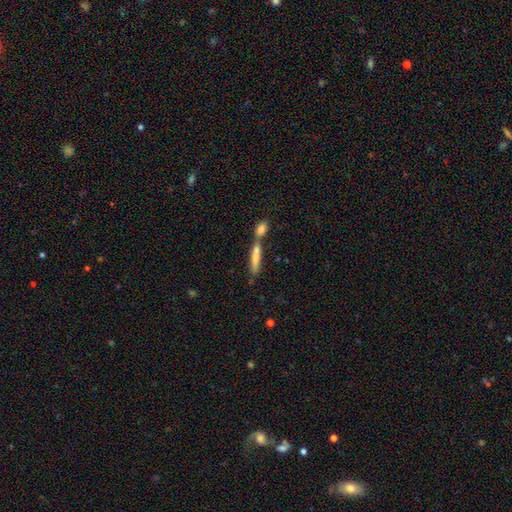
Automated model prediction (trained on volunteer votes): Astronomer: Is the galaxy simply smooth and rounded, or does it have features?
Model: smooth — 73%.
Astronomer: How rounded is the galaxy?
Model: cigar-shaped — 82%.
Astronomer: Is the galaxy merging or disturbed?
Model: merger — 56% (runner-up: none, 32%).